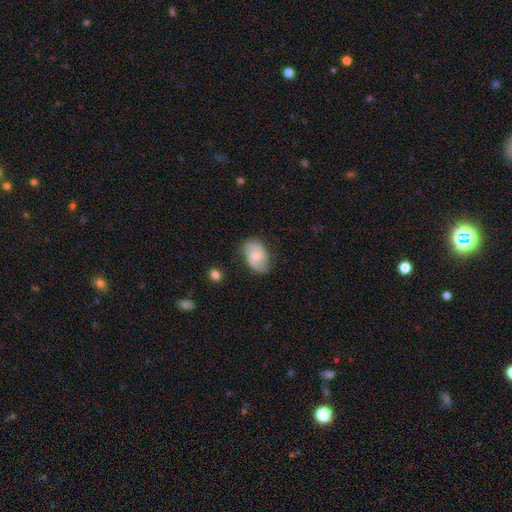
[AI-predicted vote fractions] This is likely a featured or disk galaxy (62%). It is clearly not viewed edge-on (97%). Bar: possibly no (58%). Spiral arm pattern: clearly yes (91%). Spiral arm count: clearly 2 (81%). Spiral winding: possibly medium (46%). Central bulge: possibly small (47%). Merging: likely none (71%).